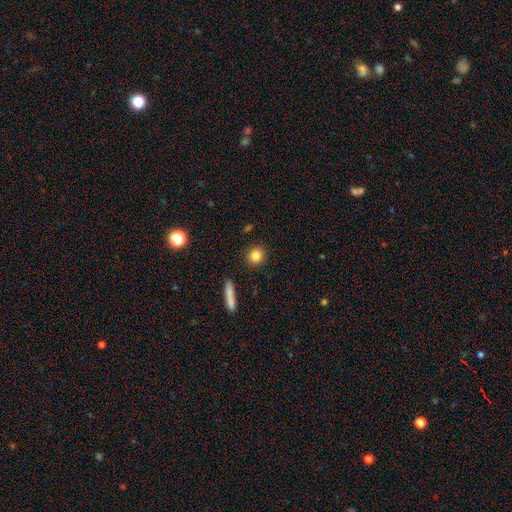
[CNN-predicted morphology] smooth-or-featured: smooth: 84% | star or artifact: 9% | featured or disk: 6%
  how-rounded: round: 77% | in between: 20% | cigar-shaped: 2%
  merging: none: 90% | minor disturbance: 7% | major disturbance: 2% | merger: 2%